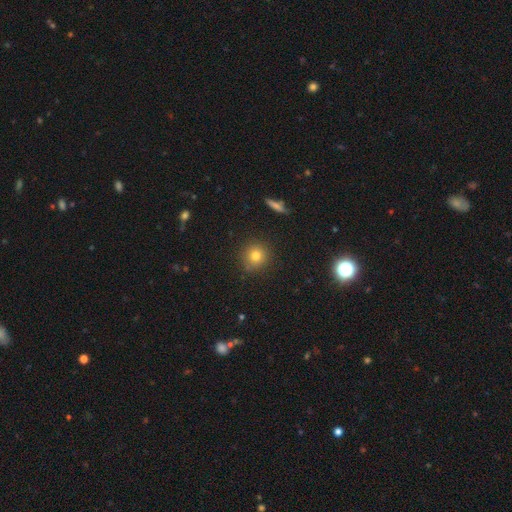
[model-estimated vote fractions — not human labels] The model was most divided on "smooth or featured": smooth: 78%, star or artifact: 14%, featured or disk: 8%. More confident: how rounded — round (92%); merging — none (88%).